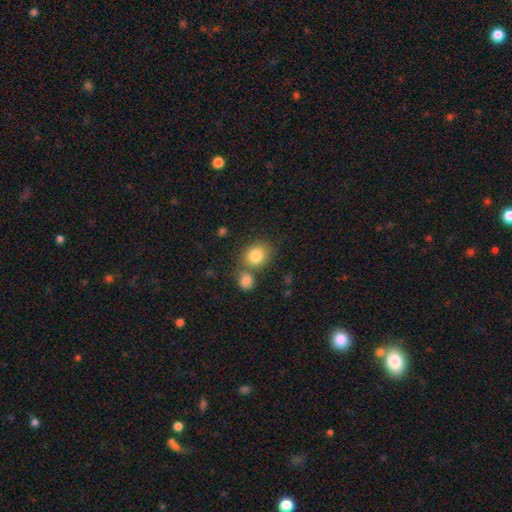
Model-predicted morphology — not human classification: Overall: smooth (83%). How rounded: round (61%; in between 38%). Merging: none (59%; merger 27%).